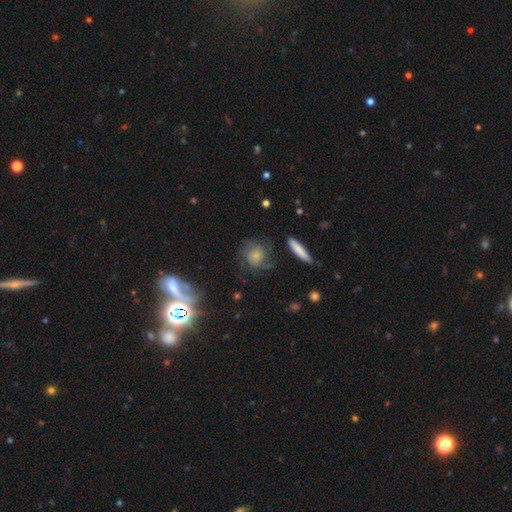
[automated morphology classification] Q: Smooth or featured?
A: featured or disk (49%); runner-up: smooth (39%)
Q: Merging?
A: none (59%); runner-up: minor disturbance (20%)